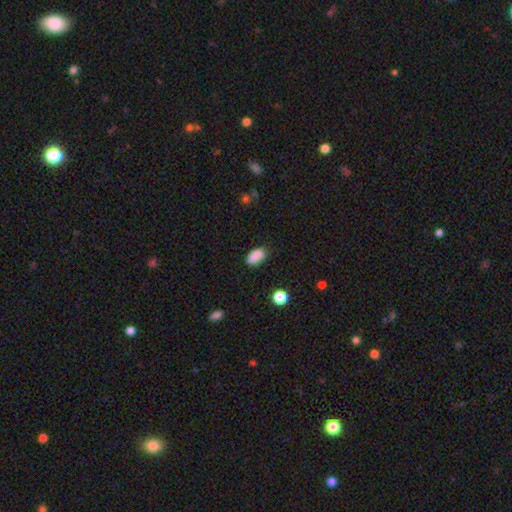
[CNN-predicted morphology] A smooth galaxy with no disk features (86%) that is in between round and cigar-shaped (90%).

Vote fractions:
- Smooth or featured? smooth: 86% / star or artifact: 9% / featured or disk: 5%
- How rounded? in between: 90% / round: 8% / cigar-shaped: 2%
- Merging? none: 77% / minor disturbance: 17% / major disturbance: 4% / merger: 2%